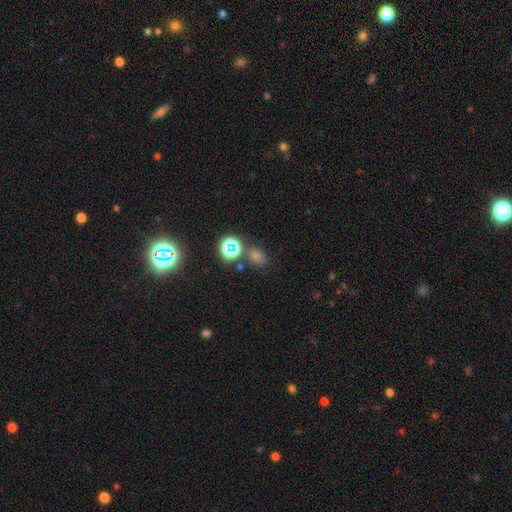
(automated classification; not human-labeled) This is possibly a star or artifact rather than a galaxy (52%).